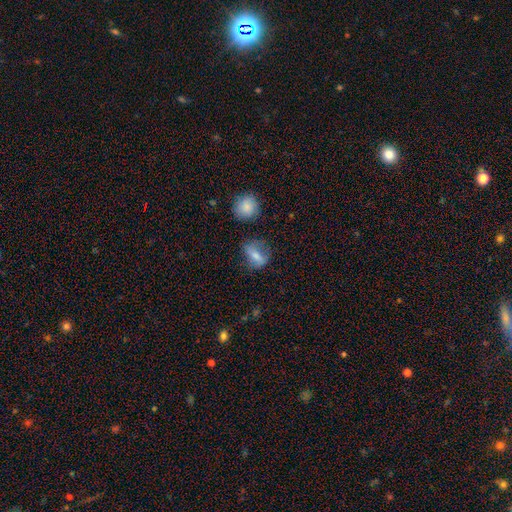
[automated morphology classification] smooth_or_featured: smooth (p=0.64) [alt: featured or disk p=0.25]
how_rounded: in between (p=0.62) [alt: round p=0.28]
merging: none (p=0.56) [alt: minor disturbance p=0.25]